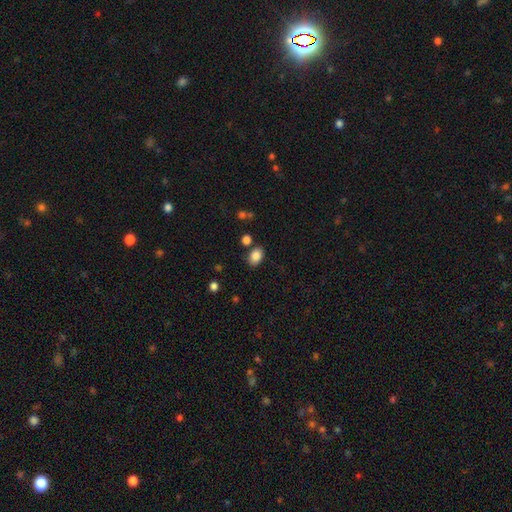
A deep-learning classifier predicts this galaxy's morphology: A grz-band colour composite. It shows a smooth galaxy with no disk features (85%) that is in between round and cigar-shaped (78%). Merging: none (79%).